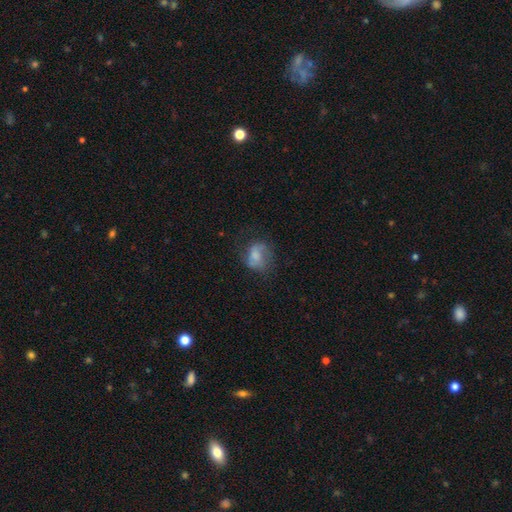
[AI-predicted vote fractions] smooth-or-featured: smooth: 56% | featured or disk: 34% | star or artifact: 10%
  how-rounded: in between: 56% | round: 43% | cigar-shaped: 1%
  merging: none: 49% | minor disturbance: 26% | major disturbance: 23% | merger: 2%